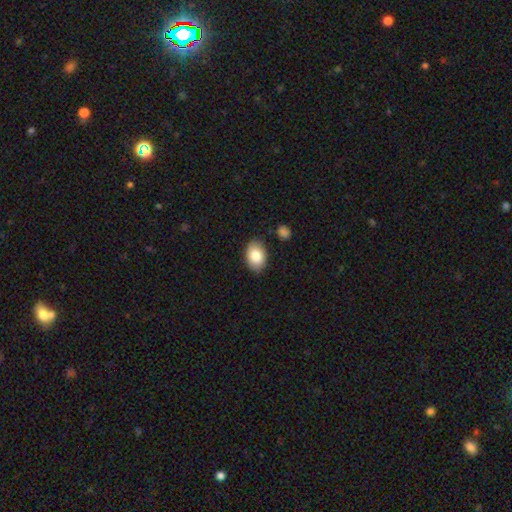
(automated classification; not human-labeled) A smooth galaxy with no disk features (84%) that is in between round and cigar-shaped (84%). Merging: none (84%).